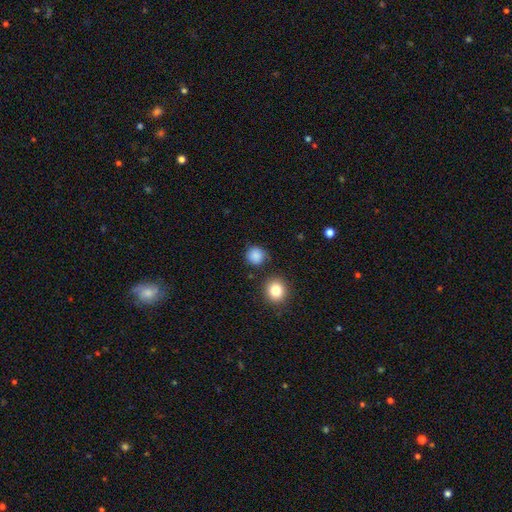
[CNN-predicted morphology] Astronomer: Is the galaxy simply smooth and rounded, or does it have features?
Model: smooth — 86%.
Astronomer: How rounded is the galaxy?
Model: round — 92%.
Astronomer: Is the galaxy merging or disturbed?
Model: none — 83%.